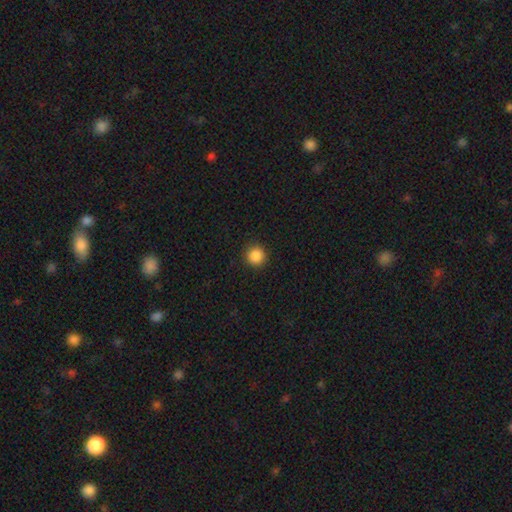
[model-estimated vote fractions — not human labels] This appears to be a smooth galaxy with no disk features (87%) that is round (95%). Merging: none (92%).